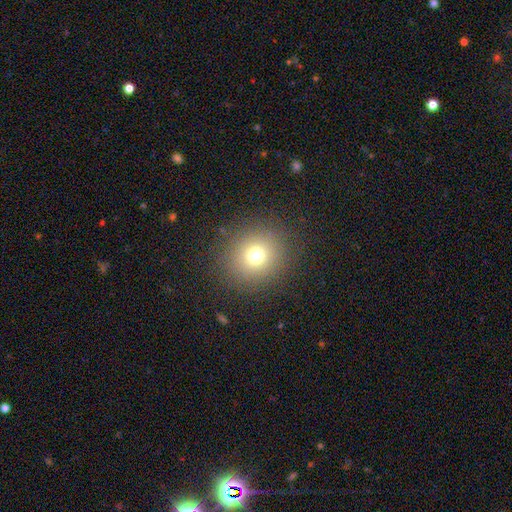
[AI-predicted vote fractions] Morphology: type=smooth (73%); roundness=round (88%); merging=none (88%).